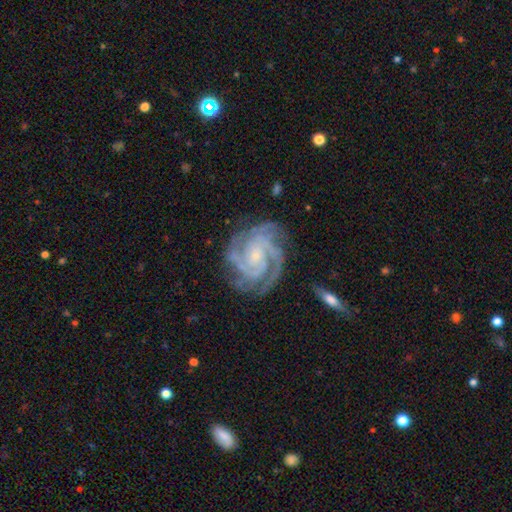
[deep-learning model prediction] This appears to be a featured or disk galaxy (91%) with no bar (65%), 3 (40%) tight (71%) spiral arms (99%) and a small central bulge (77%). Merging: none (75%).